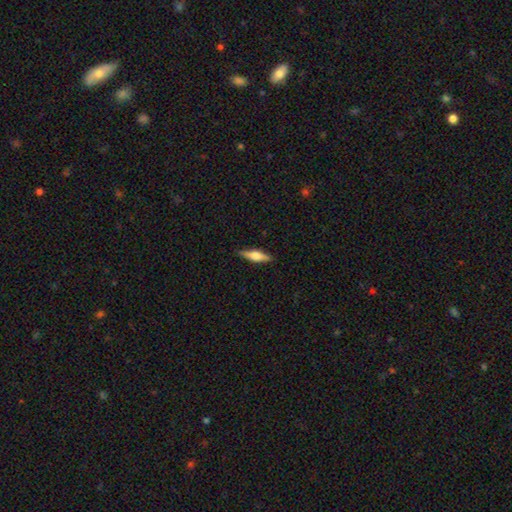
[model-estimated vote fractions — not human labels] This appears to be a smooth galaxy with no disk features (49%). Merging: none (88%).